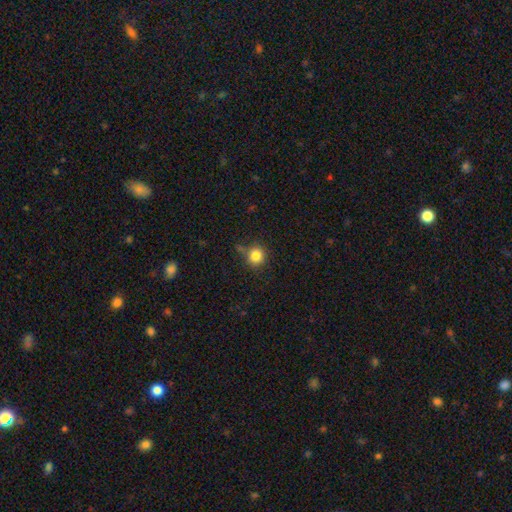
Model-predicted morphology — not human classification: smooth_or_featured: smooth (p=0.83) [alt: star or artifact p=0.11]
how_rounded: round (p=0.91) [alt: in between p=0.08]
merging: none (p=0.77) [alt: minor disturbance p=0.14]